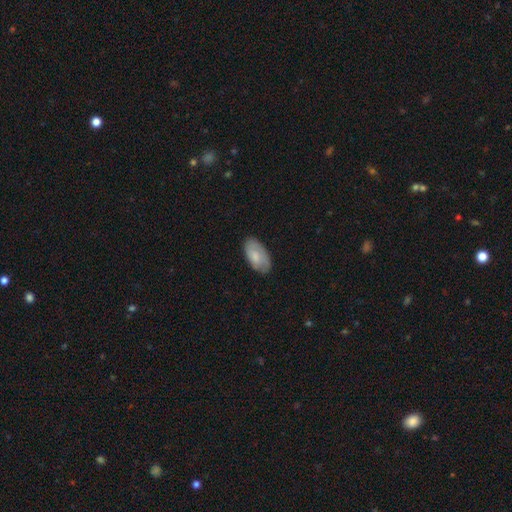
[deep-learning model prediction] A smooth galaxy with no disk features (74%) that is in between round and cigar-shaped (95%).

Vote fractions:
- Smooth or featured? smooth: 74% / featured or disk: 20% / star or artifact: 6%
- How rounded? in between: 95% / round: 3% / cigar-shaped: 2%
- Merging? none: 79% / minor disturbance: 17% / major disturbance: 3% / merger: 1%